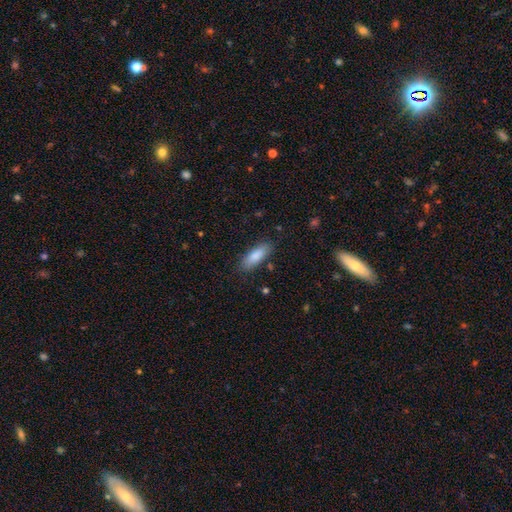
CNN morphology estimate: Overall: smooth (85%). How rounded: in between (60%; cigar-shaped 39%). Merging: none (83%).